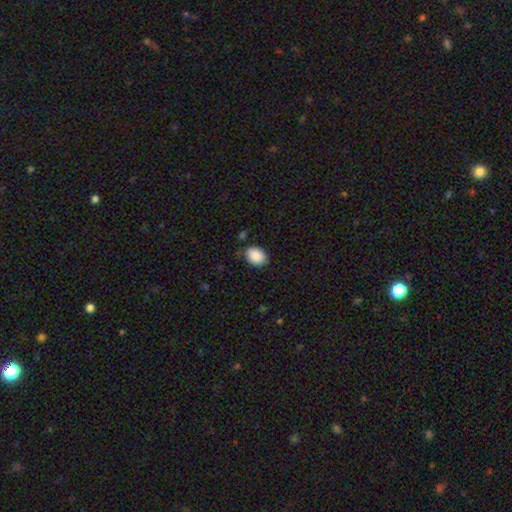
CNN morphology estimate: Smooth or featured? smooth (89%)
How rounded? in between (69%)
Merging? none (80%)